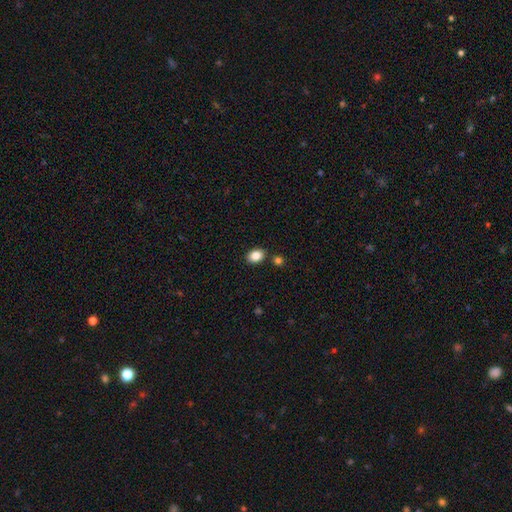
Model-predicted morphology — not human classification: smooth_or_featured: smooth (p=0.86) [alt: star or artifact p=0.09]
how_rounded: in between (p=0.67) [alt: round p=0.32]
merging: none (p=0.84) [alt: minor disturbance p=0.08]